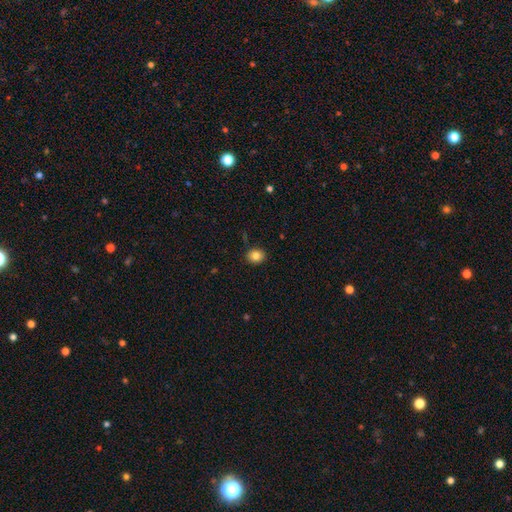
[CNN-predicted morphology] Smooth or featured? Predicted: smooth (p=0.84). How rounded? Predicted: round (p=0.65). Merging? Predicted: none (p=0.89).